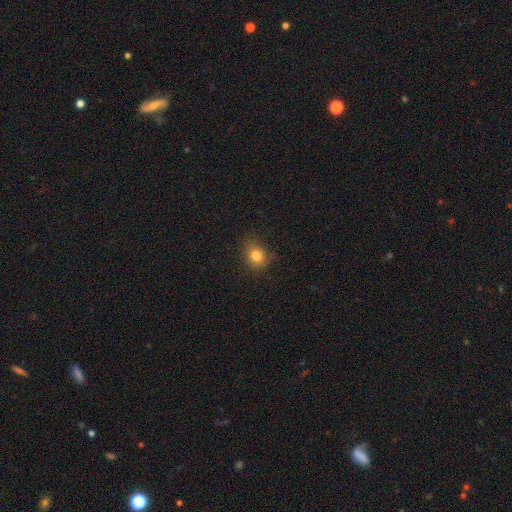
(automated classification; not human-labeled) Smooth or featured? Predicted: smooth (p=0.81). How rounded? Predicted: round (p=0.69). Merging? Predicted: none (p=0.78).